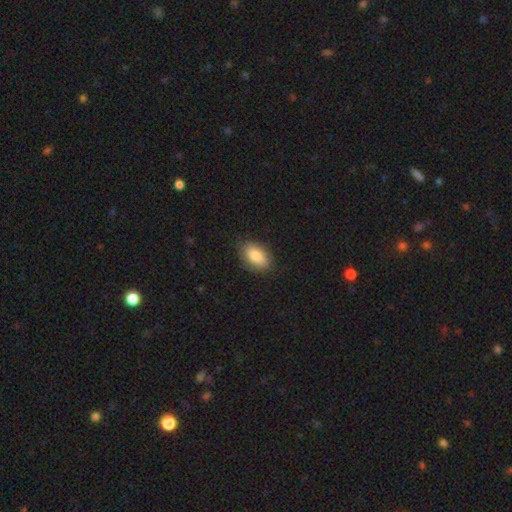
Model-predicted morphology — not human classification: Q: Smooth or featured?
A: smooth (85%); runner-up: featured or disk (9%)
Q: How rounded?
A: in between (90%); runner-up: round (7%)
Q: Merging?
A: none (83%); runner-up: minor disturbance (13%)